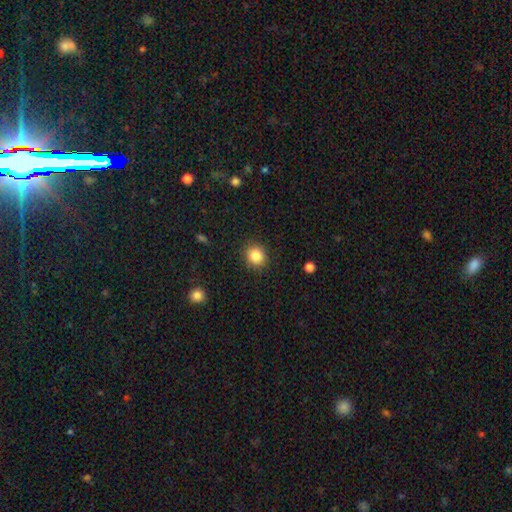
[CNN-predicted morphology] A smooth galaxy with no disk features (85%) that is round (81%).

Vote fractions:
- Smooth or featured? smooth: 85% / star or artifact: 10% / featured or disk: 5%
- How rounded? round: 81% / in between: 18% / cigar-shaped: 1%
- Merging? none: 90% / minor disturbance: 7% / major disturbance: 2% / merger: 1%